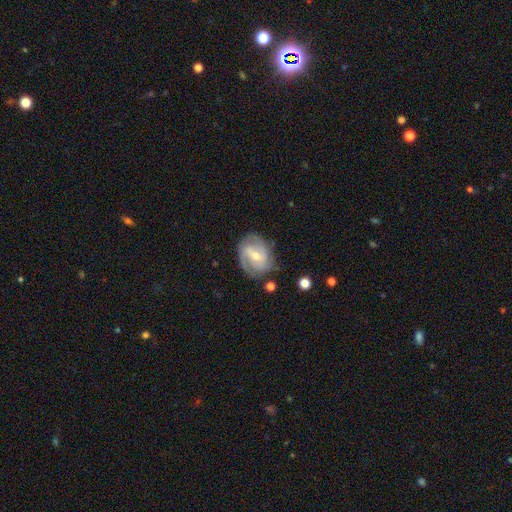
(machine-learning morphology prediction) Smooth or featured?
  - featured or disk: 78% *
  - smooth: 16%
  - star or artifact: 6%
Edge-on disk?
  - no: 97% *
  - yes: 3%
Bar?
  - weak: 50% *
  - no: 25%
  - strong: 25%
Spiral arms?
  - yes: 91% *
  - no: 9%
Spiral winding?
  - medium: 44% *
  - tight: 39%
  - loose: 17%
Spiral arm count?
  - 2: 49% *
  - 3: 22%
  - can't tell: 19%
  - 4: 5%
  - 1: 4%
  - more than 4: 3%
Bulge size?
  - moderate: 51% *
  - small: 46%
  - large: 2%
  - none: 1%
  - dominant: 1%
Merging?
  - none: 70% *
  - minor disturbance: 20%
  - major disturbance: 7%
  - merger: 2%